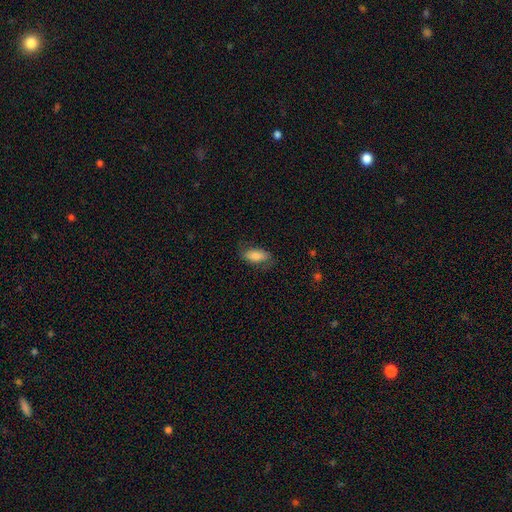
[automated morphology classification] Smooth or featured?
  - smooth: 78% *
  - featured or disk: 15%
  - star or artifact: 7%
How rounded?
  - in between: 89% *
  - cigar-shaped: 8%
  - round: 3%
Merging?
  - none: 71% *
  - minor disturbance: 21%
  - major disturbance: 8%
  - merger: 1%